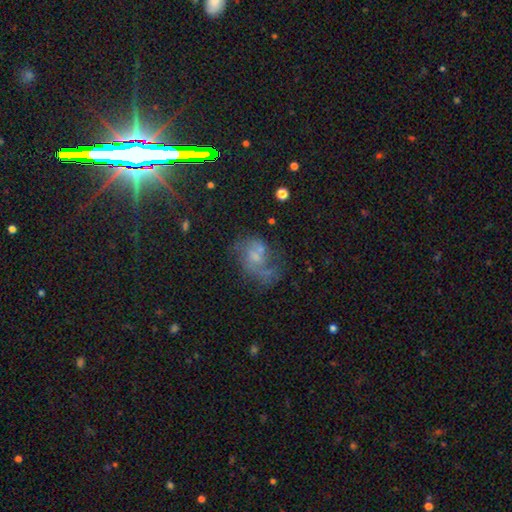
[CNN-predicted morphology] Smooth or featured? featured or disk (54%)
Edge-on disk? no (97%)
Bar? no (72%)
Spiral arms? yes (69%)
Bulge size? small (45%)
Merging? none (37%)